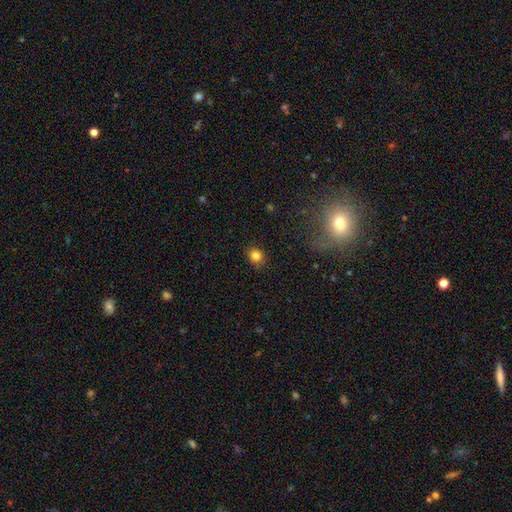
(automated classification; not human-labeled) The model was most divided on "how rounded": round: 67%, in between: 32%, cigar-shaped: 1%. More confident: merging — none (88%); smooth or featured — smooth (83%).